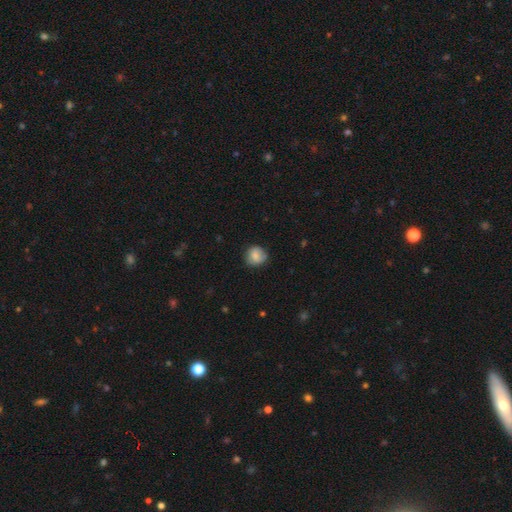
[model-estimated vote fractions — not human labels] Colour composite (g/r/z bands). It shows a smooth galaxy with no disk features (78%) that is round (84%). Merging: none (72%).